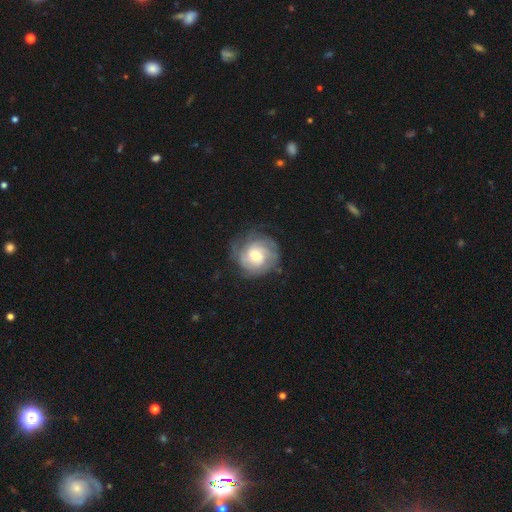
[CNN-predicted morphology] The model was most divided on "spiral arm count": can't tell: 37%, 2: 23%, 3: 20%, 4: 10%, 1: 5%, more than 4: 5%. More confident: edge-on disk — no (98%); spiral arms — yes (93%); smooth or featured — featured or disk (74%); merging — none (74%); spiral winding — tight (64%); bar — no (58%); bulge size — moderate (57%).